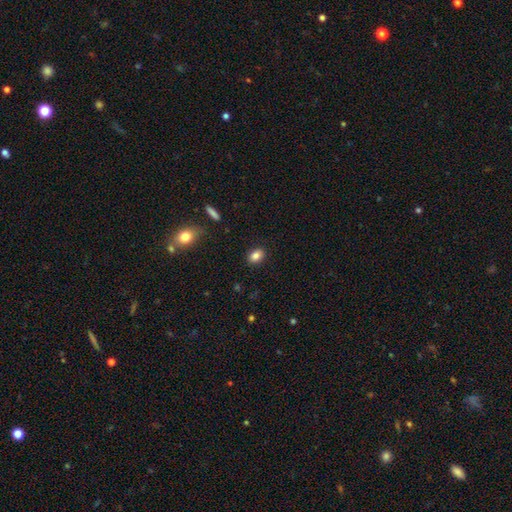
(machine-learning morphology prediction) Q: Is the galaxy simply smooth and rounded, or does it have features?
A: smooth — 83%.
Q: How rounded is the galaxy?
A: in between — 73%.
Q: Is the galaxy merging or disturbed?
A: none — 88%.